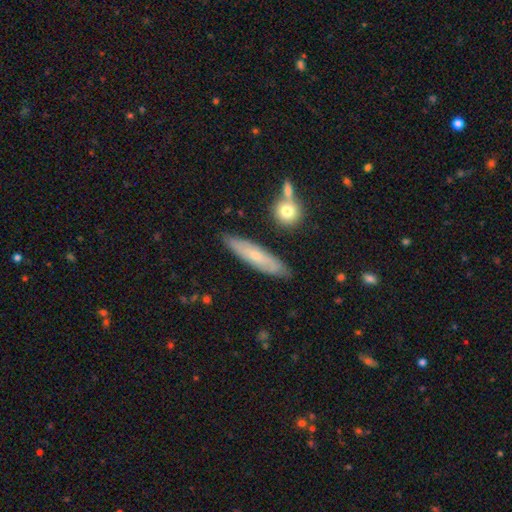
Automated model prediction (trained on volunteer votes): The model was most divided on "smooth or featured": smooth: 53%, featured or disk: 41%, star or artifact: 6%. More confident: merging — none (83%); how rounded — cigar-shaped (79%).